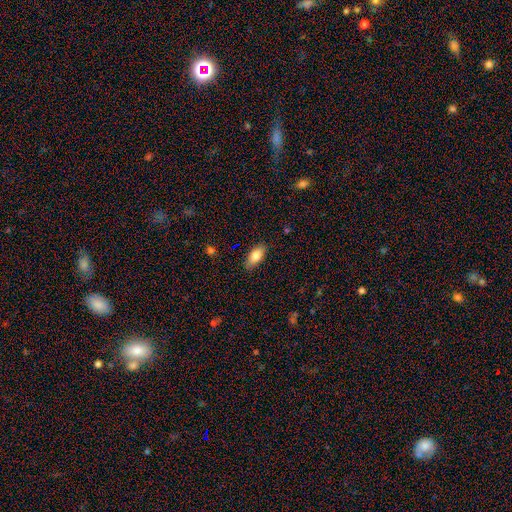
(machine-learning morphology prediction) This appears to be a smooth galaxy with no disk features (83%) that is in between round and cigar-shaped (88%). Merging: none (87%).